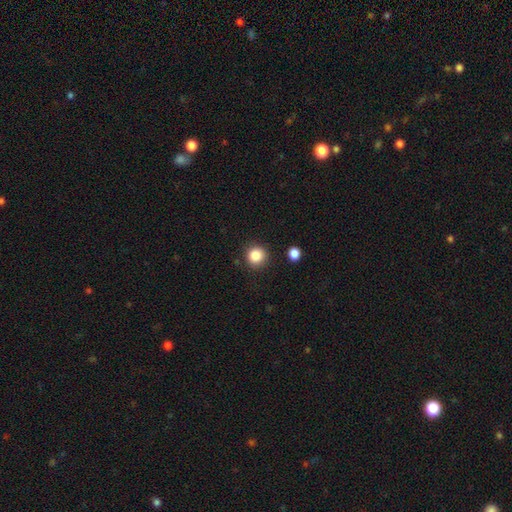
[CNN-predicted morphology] Smooth or featured: smooth — 86% (star or artifact — 10%)
How rounded: round — 93% (in between — 6%)
Merging: none — 88% (minor disturbance — 7%)